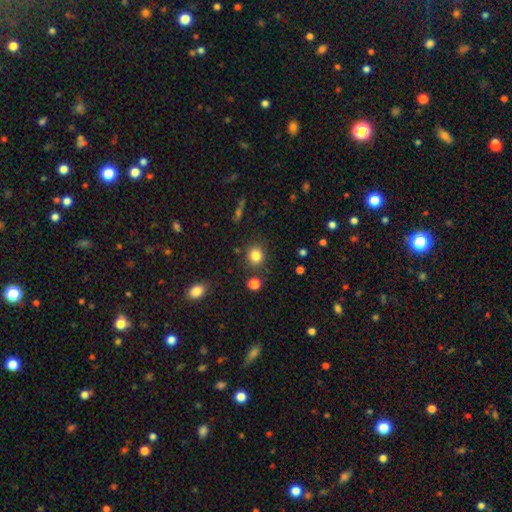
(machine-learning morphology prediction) This is clearly a smooth galaxy (83%). How rounded: clearly round (84%). Merging: clearly none (84%).